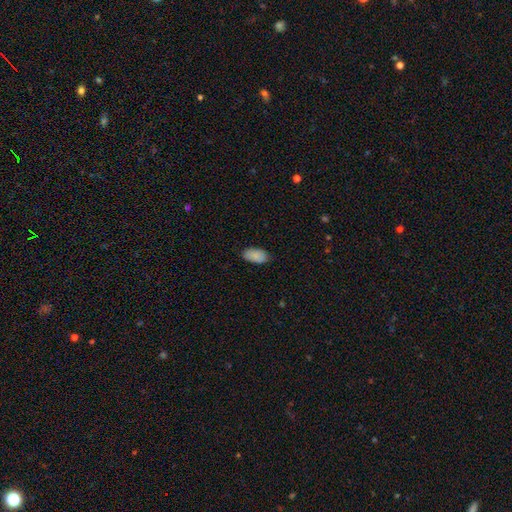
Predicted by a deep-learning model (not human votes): Q: Smooth or featured?
A: smooth (88%); runner-up: star or artifact (7%)
Q: How rounded?
A: in between (95%); runner-up: round (3%)
Q: Merging?
A: none (81%); runner-up: minor disturbance (15%)